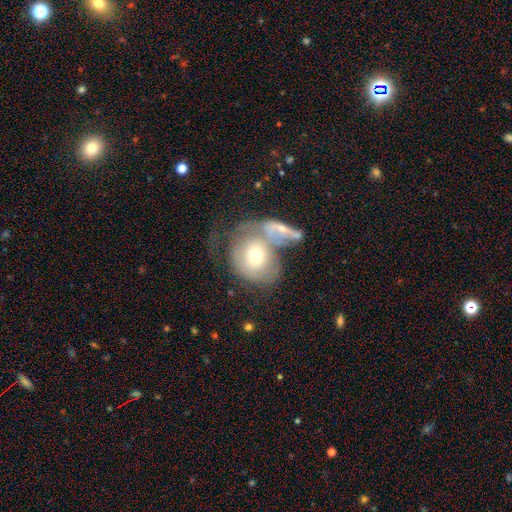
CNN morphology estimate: smooth 55%, featured or disk 37%, star or artifact 8%. Down the decision tree: how rounded — round (69%); merging — merger (50%).